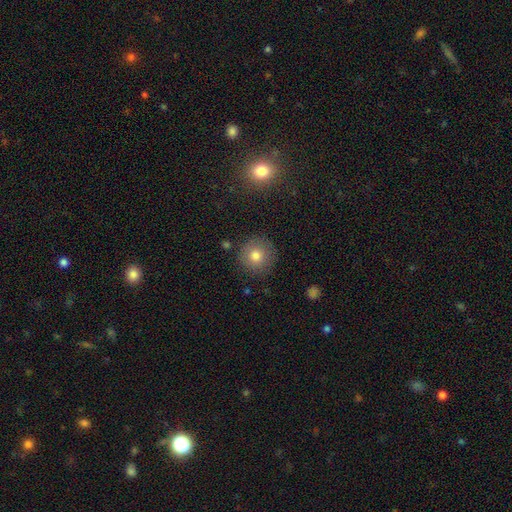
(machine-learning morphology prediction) A smooth galaxy with no disk features (78%) that is round (95%). Merging: none (87%).